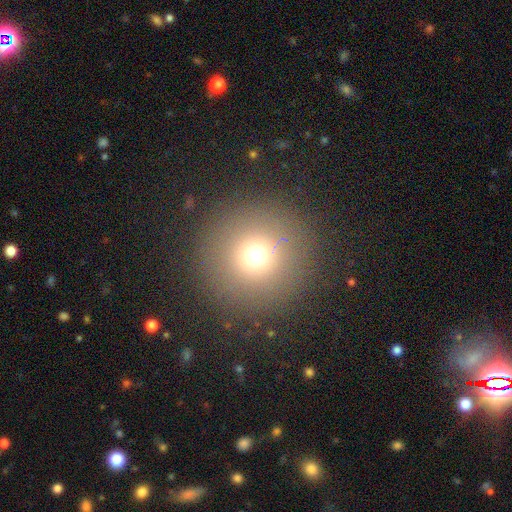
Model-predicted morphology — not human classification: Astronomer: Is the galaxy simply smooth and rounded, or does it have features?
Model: smooth — 70%.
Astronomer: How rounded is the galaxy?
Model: round — 96%.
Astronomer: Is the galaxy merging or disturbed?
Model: none — 90%.